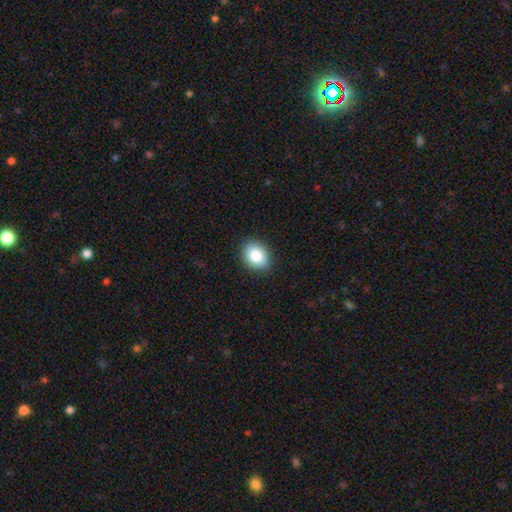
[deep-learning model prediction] Smooth or featured?
  - smooth: 84% *
  - star or artifact: 8%
  - featured or disk: 7%
How rounded?
  - in between: 59% *
  - round: 40%
  - cigar-shaped: 1%
Merging?
  - none: 89% *
  - minor disturbance: 9%
  - major disturbance: 2%
  - merger: 1%